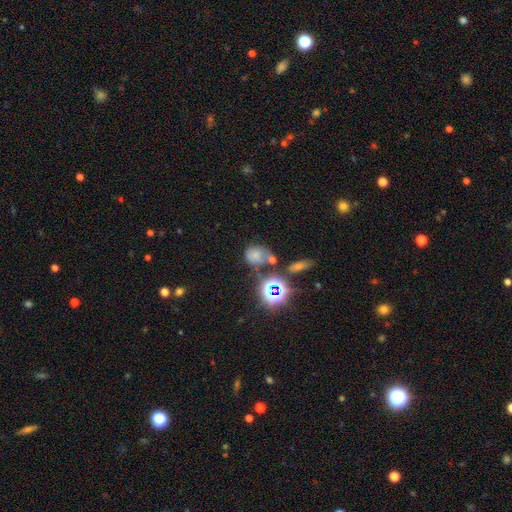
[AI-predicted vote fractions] Smooth or featured? smooth (55%)
How rounded? round (63%)
Merging? none (47%)